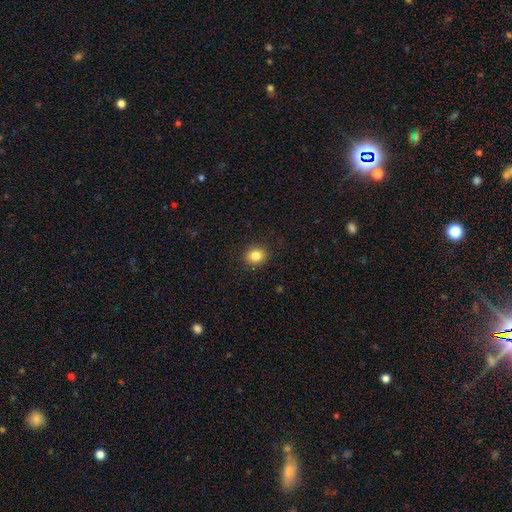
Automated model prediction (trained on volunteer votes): Smooth or featured?
  - smooth: 85% *
  - star or artifact: 10%
  - featured or disk: 5%
How rounded?
  - round: 75% *
  - in between: 24%
  - cigar-shaped: 1%
Merging?
  - none: 90% *
  - minor disturbance: 7%
  - major disturbance: 2%
  - merger: 1%